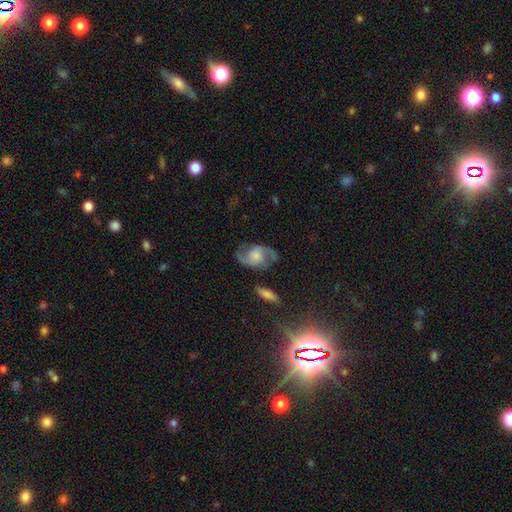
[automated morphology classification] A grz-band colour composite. It shows a featured or disk galaxy (82%) with no bar (61%), 2 (92%) medium (49%) spiral arms (95%) and a moderate central bulge (31%). Merging: none (72%).